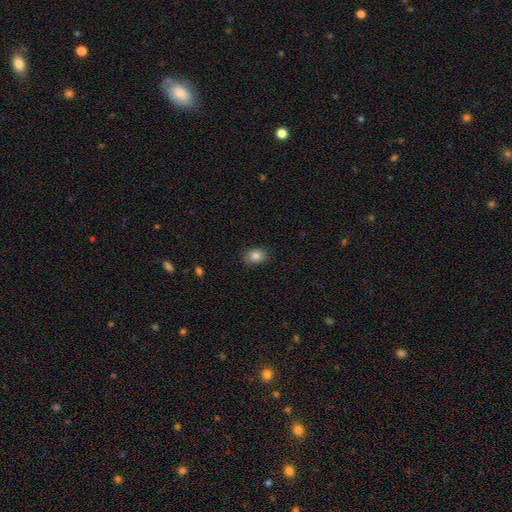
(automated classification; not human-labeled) A smooth galaxy with no disk features (85%) that is in between round and cigar-shaped (60%).

Vote fractions:
- Smooth or featured? smooth: 85% / star or artifact: 9% / featured or disk: 5%
- How rounded? in between: 60% / round: 39% / cigar-shaped: 1%
- Merging? none: 87% / minor disturbance: 10% / major disturbance: 2% / merger: 1%